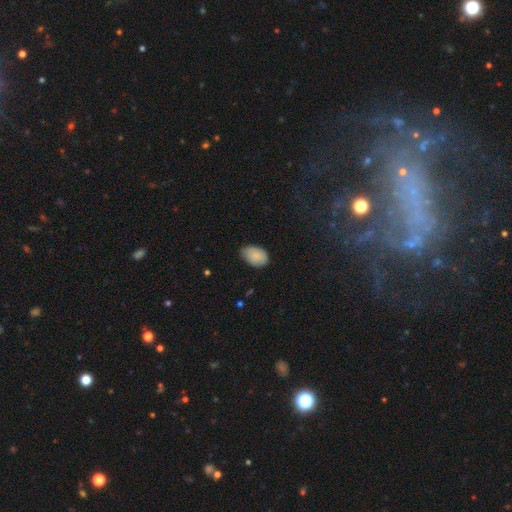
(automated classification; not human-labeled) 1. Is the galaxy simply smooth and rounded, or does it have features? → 87% smooth, 7% star or artifact, 6% featured or disk.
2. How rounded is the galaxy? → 88% in between, 11% round, 1% cigar-shaped.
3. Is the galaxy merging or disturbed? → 65% none, 30% minor disturbance, 4% major disturbance, 1% merger.